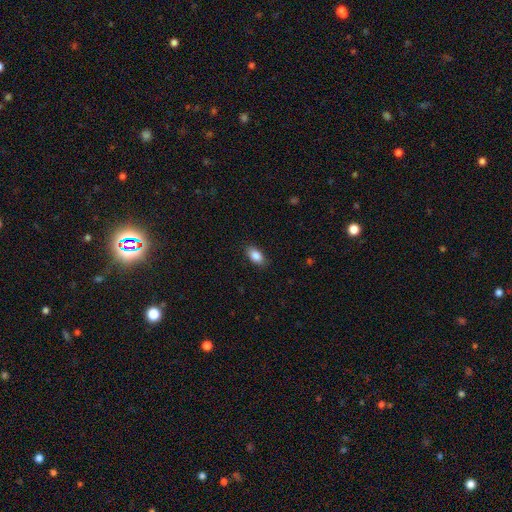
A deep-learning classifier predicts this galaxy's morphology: Smooth or featured? Predicted: smooth (p=0.87). How rounded? Predicted: in between (p=0.90). Merging? Predicted: none (p=0.86).